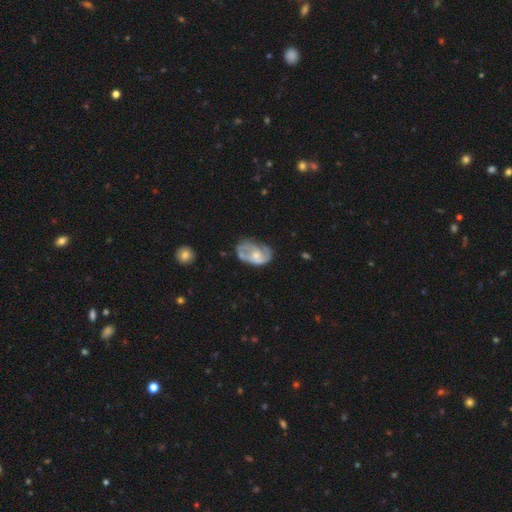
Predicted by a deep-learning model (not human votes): Smooth or featured?
  - featured or disk: 65% *
  - smooth: 29%
  - star or artifact: 6%
Edge-on disk?
  - no: 96% *
  - yes: 4%
Bar?
  - no: 70% *
  - weak: 25%
  - strong: 5%
Spiral arms?
  - yes: 68% *
  - no: 32%
Bulge size?
  - moderate: 45% *
  - small: 43%
  - none: 7%
  - large: 4%
  - dominant: 1%
Merging?
  - none: 44% *
  - minor disturbance: 30%
  - major disturbance: 22%
  - merger: 4%